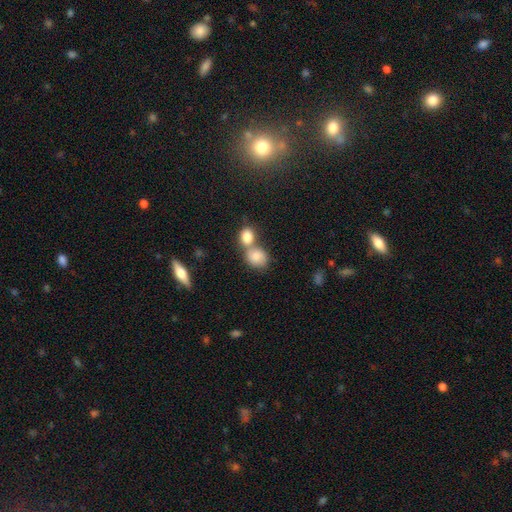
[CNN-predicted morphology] Smooth or featured: smooth — 76% (featured or disk — 12%)
How rounded: round — 62% (in between — 35%)
Merging: merger — 45% (none — 41%)